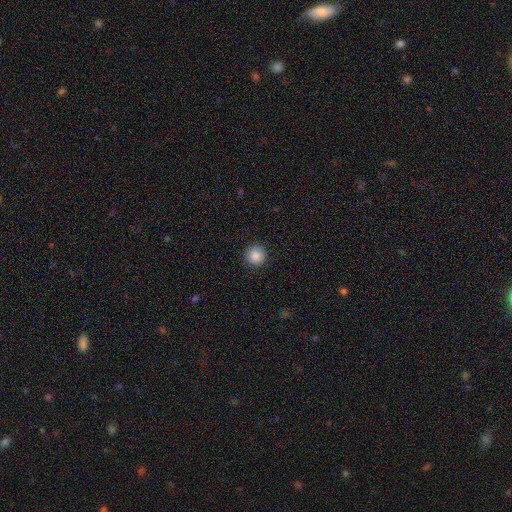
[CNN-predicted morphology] Smooth or featured? Predicted: smooth (p=0.87). How rounded? Predicted: round (p=0.95). Merging? Predicted: none (p=0.91).